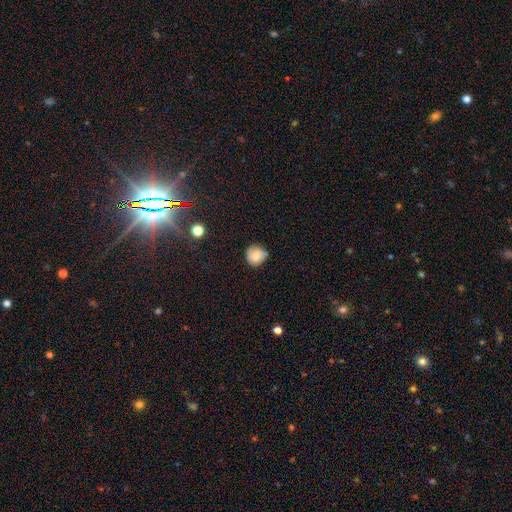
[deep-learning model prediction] Smooth or featured? Predicted: smooth (p=0.78). How rounded? Predicted: round (p=0.88). Merging? Predicted: none (p=0.67).